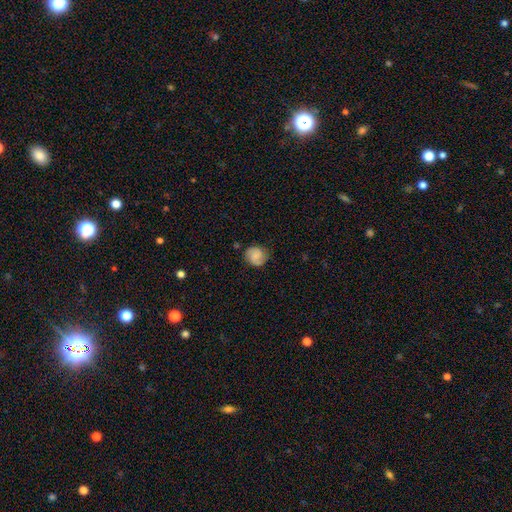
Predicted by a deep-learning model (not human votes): Smooth or featured: featured or disk — 49% (smooth — 43%)
Merging: none — 80% (minor disturbance — 15%)